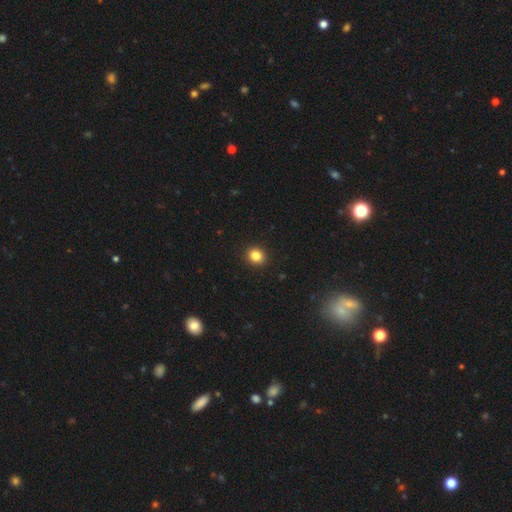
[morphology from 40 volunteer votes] Smooth or featured: smooth — 90% (star or artifact — 10%)
How rounded: round — 86% (in between — 14%)
Merging: none — 94% (minor disturbance — 6%)